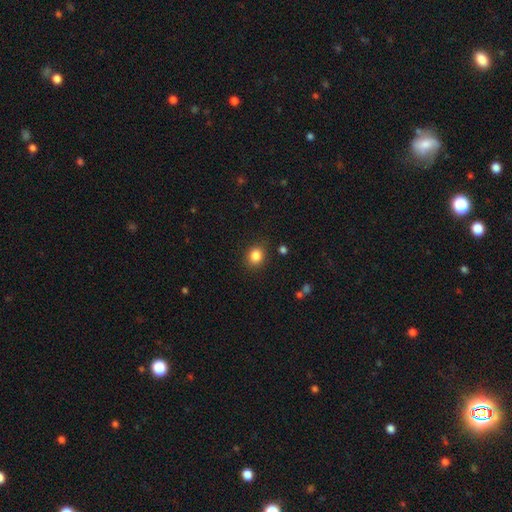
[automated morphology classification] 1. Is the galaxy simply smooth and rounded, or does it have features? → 85% smooth, 11% star or artifact, 5% featured or disk.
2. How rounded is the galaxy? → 69% round, 31% in between, 1% cigar-shaped.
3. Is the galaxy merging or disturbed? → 85% none, 10% minor disturbance, 3% major disturbance, 2% merger.